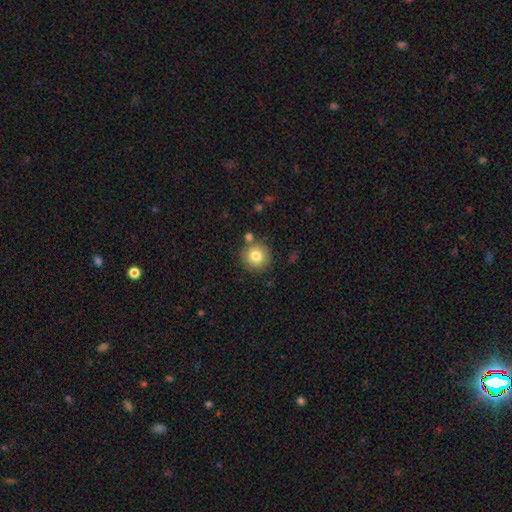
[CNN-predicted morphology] Overall: smooth (81%). How rounded: round (94%). Merging: none (80%).